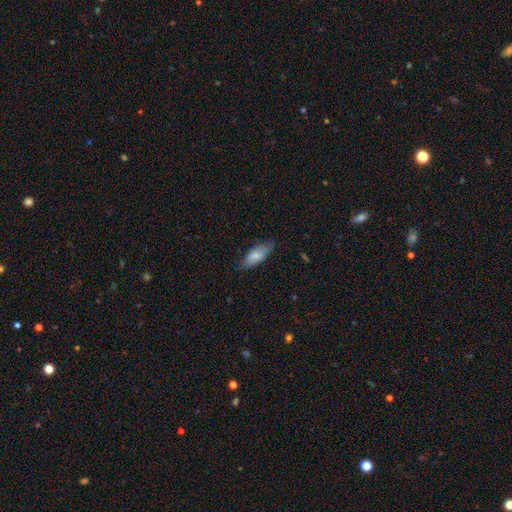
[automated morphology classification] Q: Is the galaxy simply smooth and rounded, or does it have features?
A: smooth — 76%.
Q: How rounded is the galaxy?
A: in between — 79%.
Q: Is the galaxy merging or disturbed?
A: none — 72%.